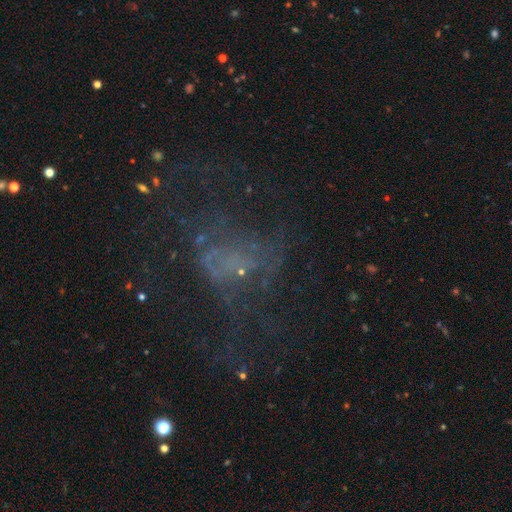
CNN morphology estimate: Smooth or featured? Predicted: featured or disk (p=0.46). Merging? Predicted: major disturbance (p=0.41).